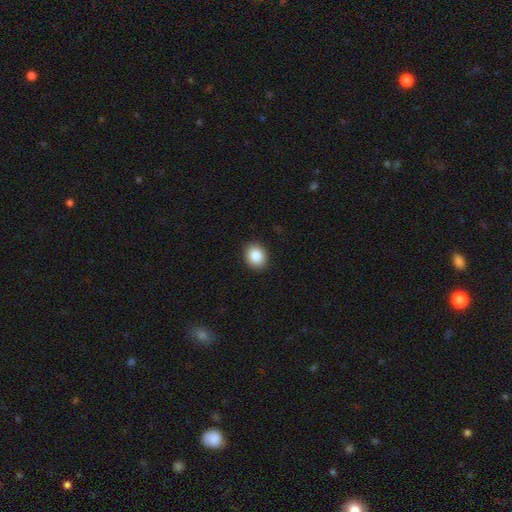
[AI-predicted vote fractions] smooth 85%, star or artifact 9%, featured or disk 6%. Down the decision tree: how rounded — round (58%); merging — none (91%).